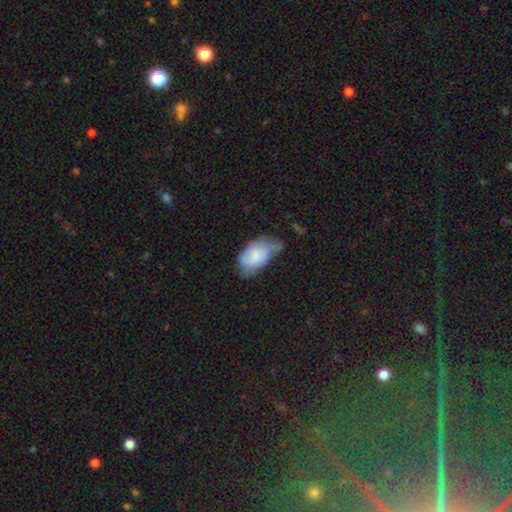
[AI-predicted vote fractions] A smooth galaxy with no disk features (65%) that is in between round and cigar-shaped (92%).

Vote fractions:
- Smooth or featured? smooth: 65% / featured or disk: 28% / star or artifact: 7%
- How rounded? in between: 92% / round: 6% / cigar-shaped: 2%
- Merging? minor disturbance: 43% / none: 31% / major disturbance: 22% / merger: 5%